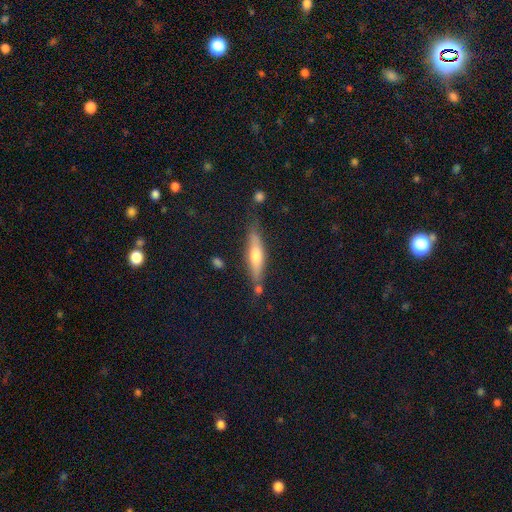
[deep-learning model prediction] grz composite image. It shows a featured or disk galaxy (47%). Merging: none (75%).